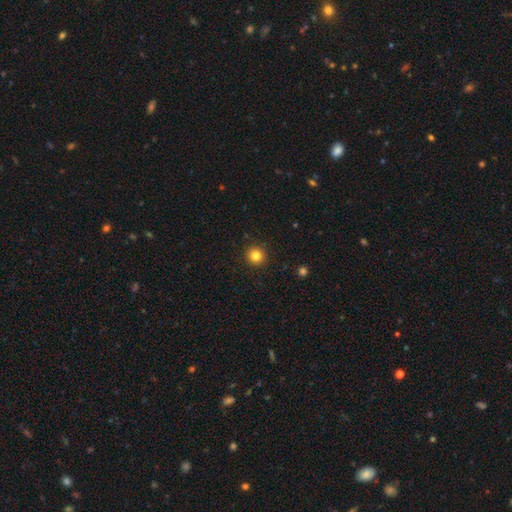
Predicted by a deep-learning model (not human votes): A smooth galaxy with no disk features (83%) that is round (94%). Merging: none (92%).